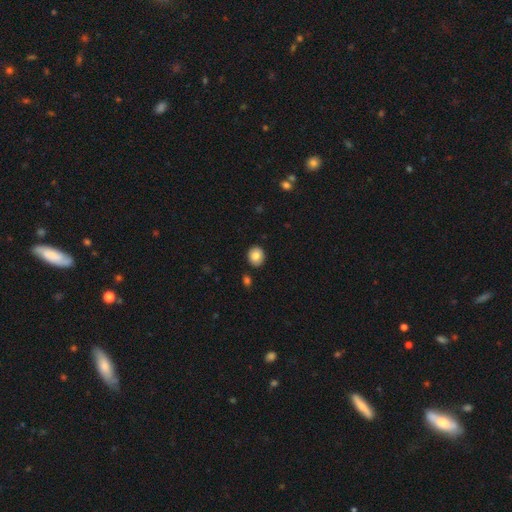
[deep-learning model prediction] Overall: smooth (83%). How rounded: round (73%). Merging: none (89%).